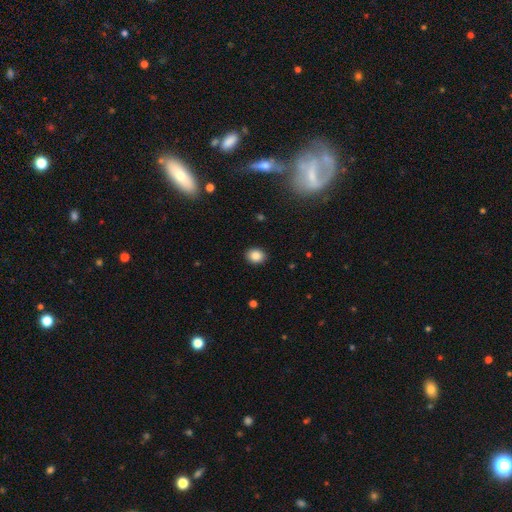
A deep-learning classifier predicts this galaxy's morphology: This is clearly a smooth galaxy (86%). How rounded: possibly round (53%). Merging: clearly none (91%).